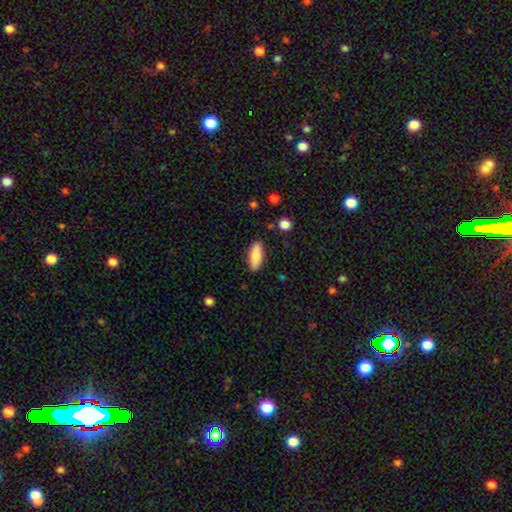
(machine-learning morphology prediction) A smooth galaxy with no disk features (82%) that is in between round and cigar-shaped (59%). Merging: none (87%).